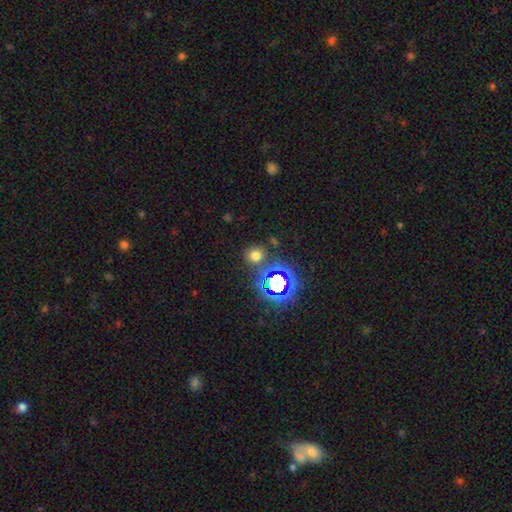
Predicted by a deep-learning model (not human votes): smooth 64%, star or artifact 30%, featured or disk 6%. Down the decision tree: how rounded — round (81%); merging — none (82%).